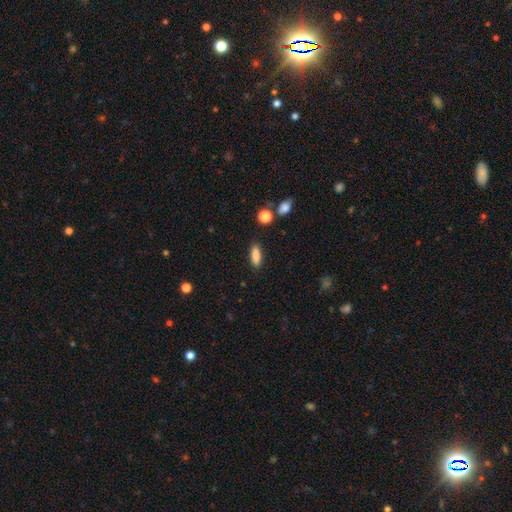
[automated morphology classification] A smooth galaxy with no disk features (86%) that is in between round and cigar-shaped (64%).

Vote fractions:
- Smooth or featured? smooth: 86% / star or artifact: 8% / featured or disk: 6%
- How rounded? in between: 64% / cigar-shaped: 34% / round: 3%
- Merging? none: 86% / minor disturbance: 9% / major disturbance: 3% / merger: 2%